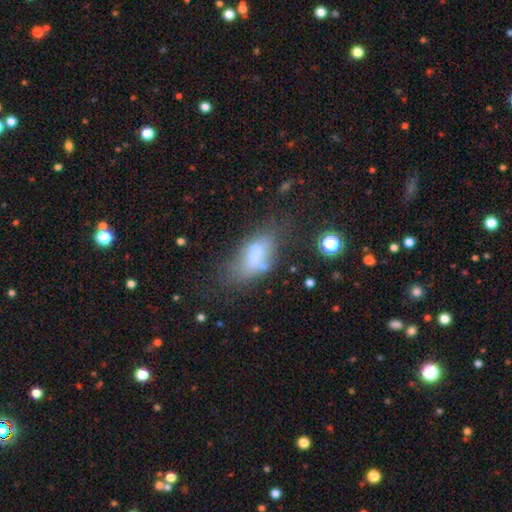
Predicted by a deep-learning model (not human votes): Q: Smooth or featured?
A: smooth (57%); runner-up: featured or disk (31%)
Q: How rounded?
A: in between (86%); runner-up: cigar-shaped (9%)
Q: Merging?
A: none (35%); runner-up: minor disturbance (26%)